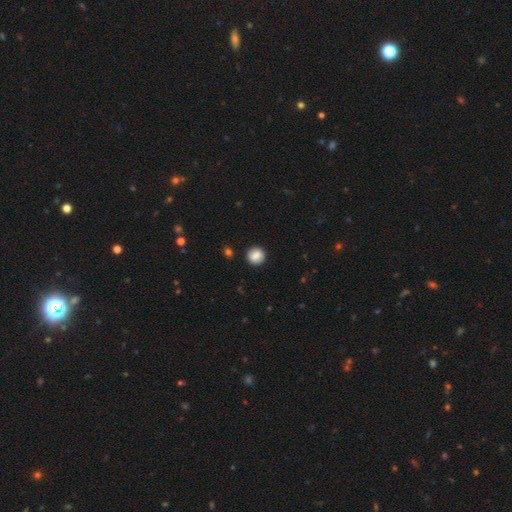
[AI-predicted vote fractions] smooth-or-featured: smooth: 85% | star or artifact: 8% | featured or disk: 6%
  how-rounded: round: 93% | in between: 6% | cigar-shaped: 1%
  merging: none: 91% | minor disturbance: 6% | major disturbance: 2% | merger: 1%